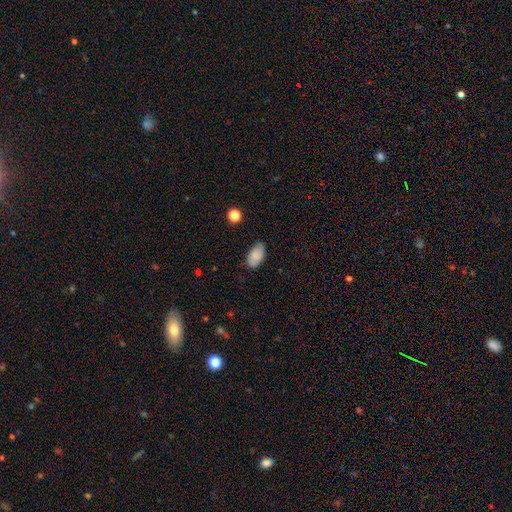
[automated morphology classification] Smooth or featured? Predicted: smooth (p=0.85). How rounded? Predicted: in between (p=0.94). Merging? Predicted: none (p=0.79).